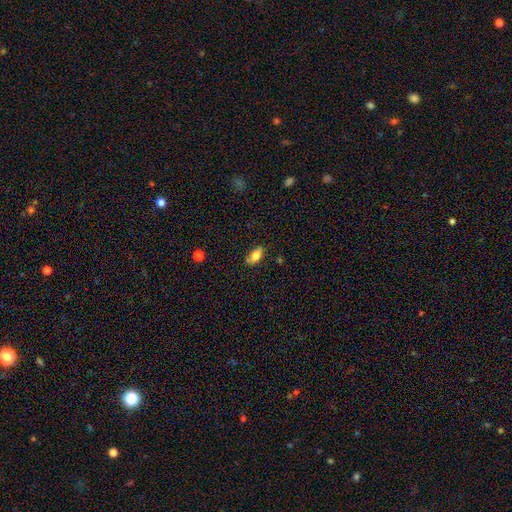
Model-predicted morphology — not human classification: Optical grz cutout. It shows a smooth galaxy with no disk features (75%) that is in between round and cigar-shaped (87%). Merging: none (74%).